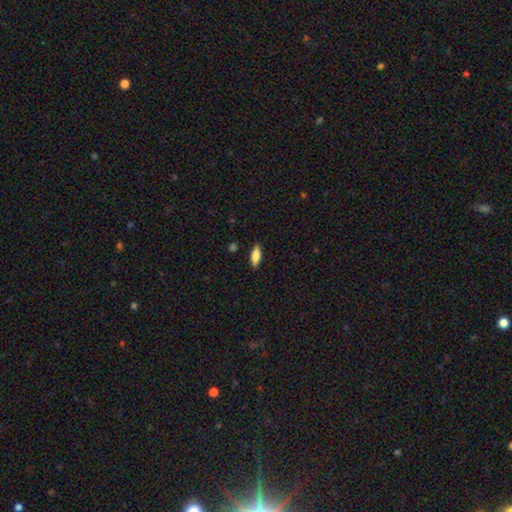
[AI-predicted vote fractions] Morphology: type=smooth (79%); roundness=in between (66%); merging=none (86%).